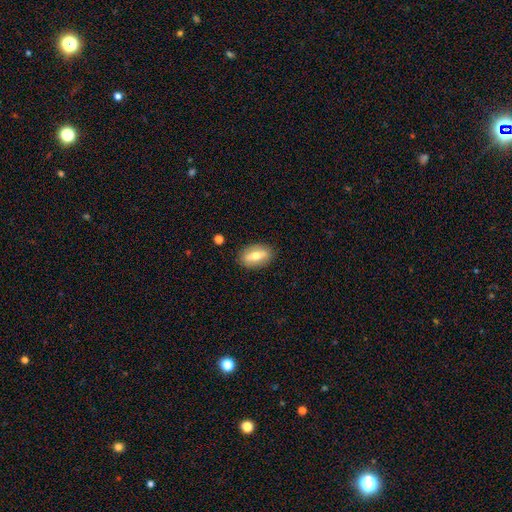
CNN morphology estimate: smooth 57%, featured or disk 36%, star or artifact 7%. Down the decision tree: how rounded — in between (83%); merging — none (86%).